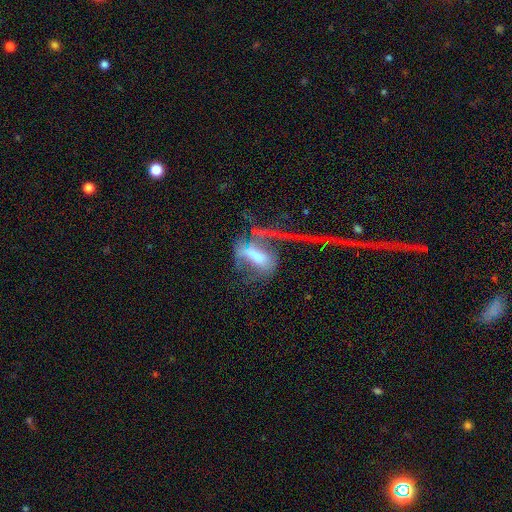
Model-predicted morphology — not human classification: Smooth or featured? featured or disk (65%)
Edge-on disk? no (91%)
Bar? weak (35%)
Spiral arms? yes (63%)
Bulge size? moderate (40%)
Merging? major disturbance (64%)